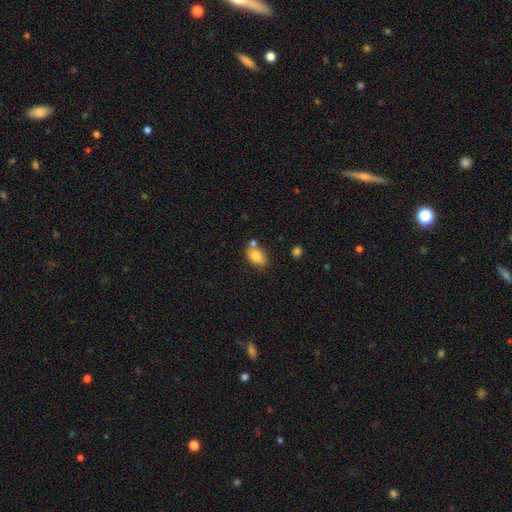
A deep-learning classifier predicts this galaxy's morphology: smooth_or_featured: smooth (p=0.81) [alt: featured or disk p=0.11]
how_rounded: in between (p=0.84) [alt: round p=0.14]
merging: none (p=0.57) [alt: merger p=0.20]